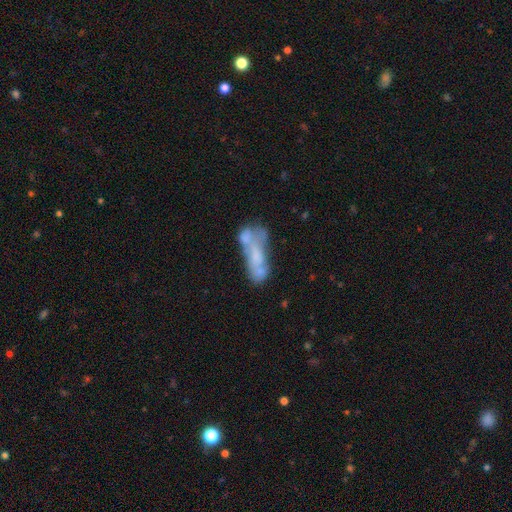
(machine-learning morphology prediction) This appears to be a featured or disk galaxy (51%). Merging: merger (43%).